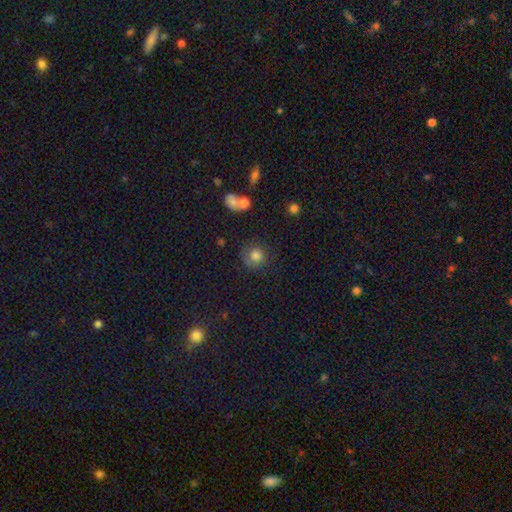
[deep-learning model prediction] smooth 80%, star or artifact 11%, featured or disk 9%. Down the decision tree: how rounded — round (89%); merging — none (71%).